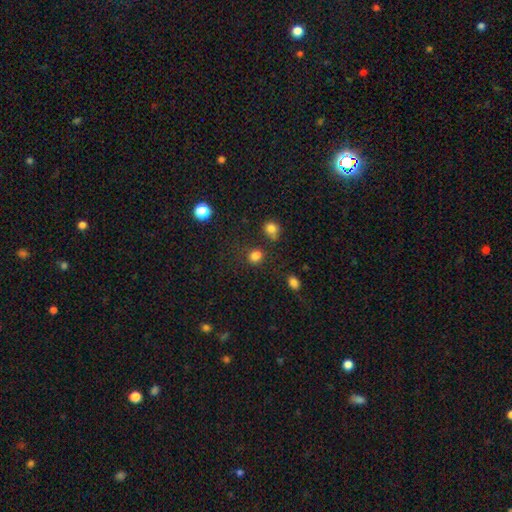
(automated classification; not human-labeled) This appears to be a smooth galaxy with no disk features (78%) that is round (63%). Merging: none (67%).